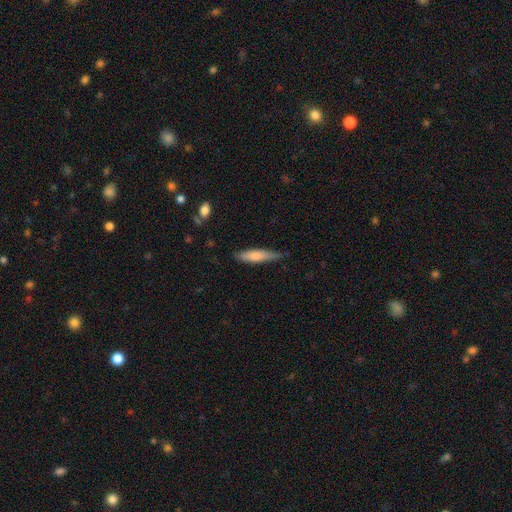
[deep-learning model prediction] smooth-or-featured: smooth: 72% | featured or disk: 23% | star or artifact: 5%
  how-rounded: cigar-shaped: 79% | in between: 19% | round: 1%
  merging: none: 74% | minor disturbance: 21% | major disturbance: 3% | merger: 2%